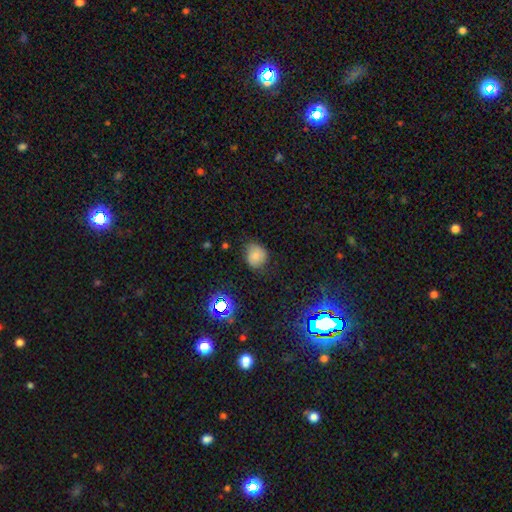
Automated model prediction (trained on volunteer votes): smooth-or-featured: smooth: 74% | star or artifact: 15% | featured or disk: 11%
  how-rounded: round: 73% | in between: 26% | cigar-shaped: 1%
  merging: none: 66% | minor disturbance: 26% | major disturbance: 6% | merger: 2%